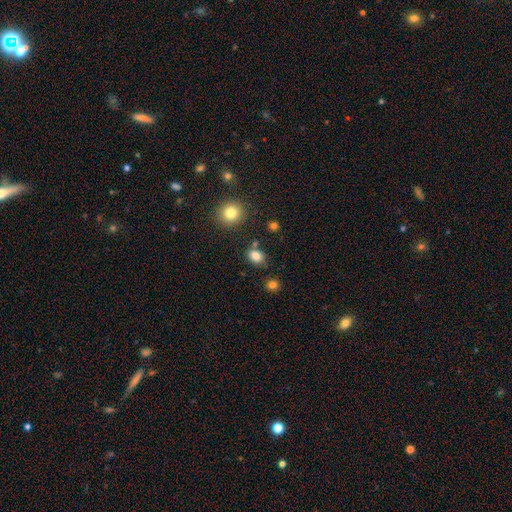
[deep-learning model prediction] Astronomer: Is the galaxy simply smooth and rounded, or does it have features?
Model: smooth — 83%.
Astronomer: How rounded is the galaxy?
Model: in between — 68%.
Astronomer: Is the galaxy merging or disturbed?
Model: none — 75%.